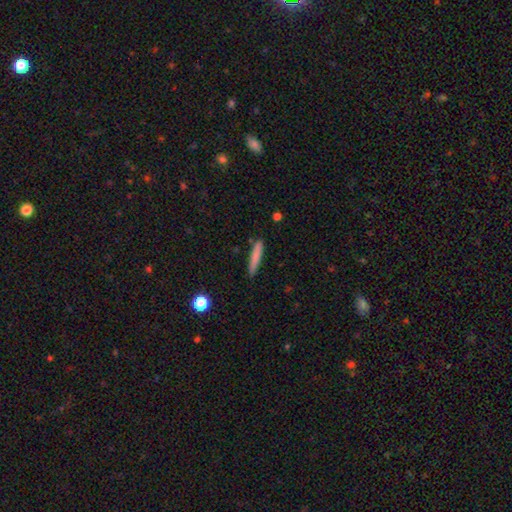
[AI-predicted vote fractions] Morphology: type=smooth (78%); roundness=cigar-shaped (91%); merging=none (83%).